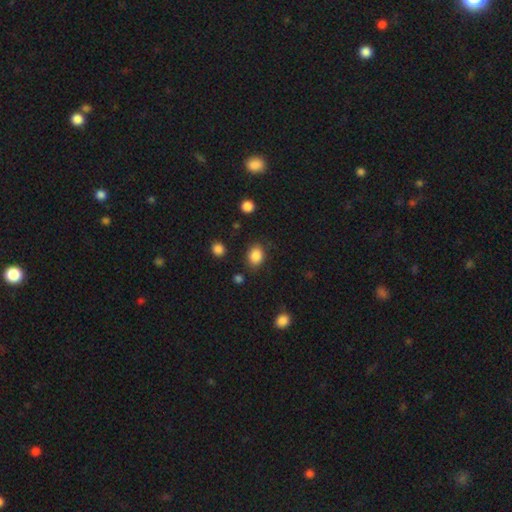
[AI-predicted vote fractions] A smooth galaxy with no disk features (86%) that is in between round and cigar-shaped (51%). Merging: none (79%).